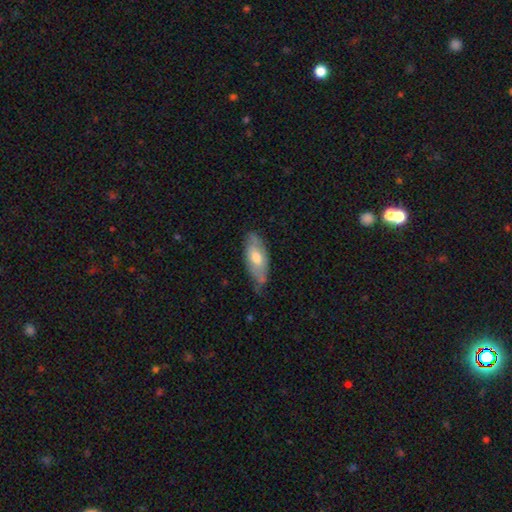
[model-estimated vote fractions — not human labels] Smooth or featured? smooth (53%)
How rounded? in between (80%)
Merging? none (61%)